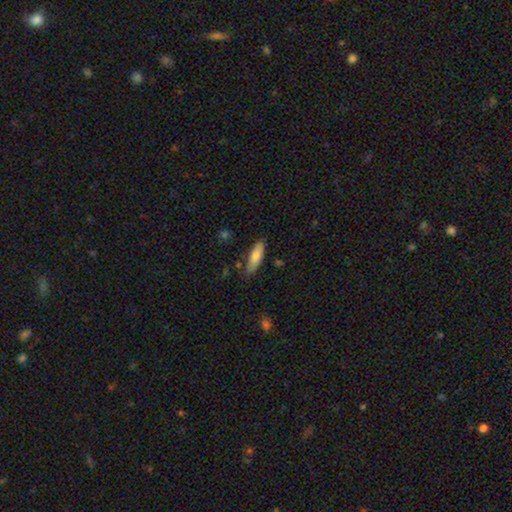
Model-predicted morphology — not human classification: Smooth or featured?
  - smooth: 78% *
  - featured or disk: 16%
  - star or artifact: 6%
How rounded?
  - cigar-shaped: 50% *
  - in between: 48%
  - round: 2%
Merging?
  - none: 78% *
  - minor disturbance: 16%
  - major disturbance: 3%
  - merger: 3%